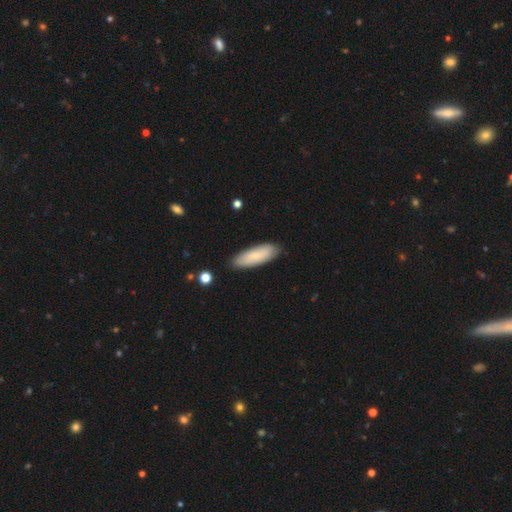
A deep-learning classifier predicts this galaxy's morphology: smooth 78%, featured or disk 16%, star or artifact 6%. Down the decision tree: how rounded — in between (59%); merging — none (85%).